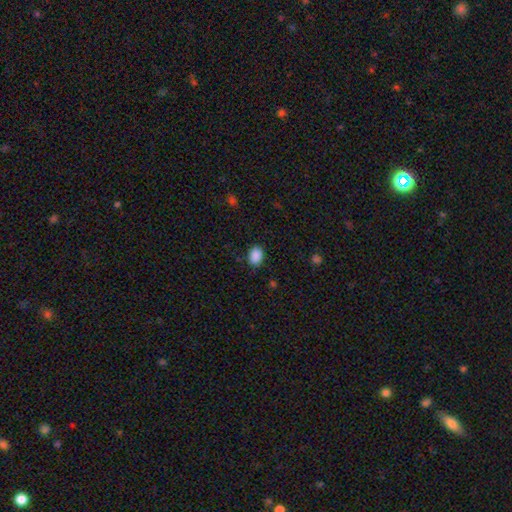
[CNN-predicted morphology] Smooth or featured?
  - smooth: 89% *
  - star or artifact: 8%
  - featured or disk: 3%
How rounded?
  - in between: 72% *
  - round: 27%
  - cigar-shaped: 1%
Merging?
  - none: 85% *
  - minor disturbance: 11%
  - major disturbance: 3%
  - merger: 1%